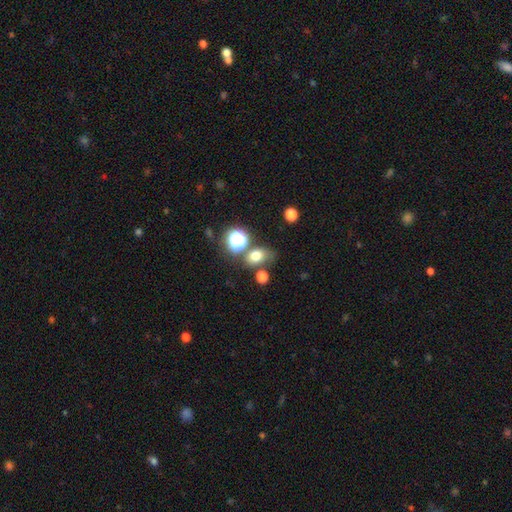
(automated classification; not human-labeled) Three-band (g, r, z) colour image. It shows a smooth galaxy with no disk features (71%) that is in between round and cigar-shaped (65%). Merging: none (59%).